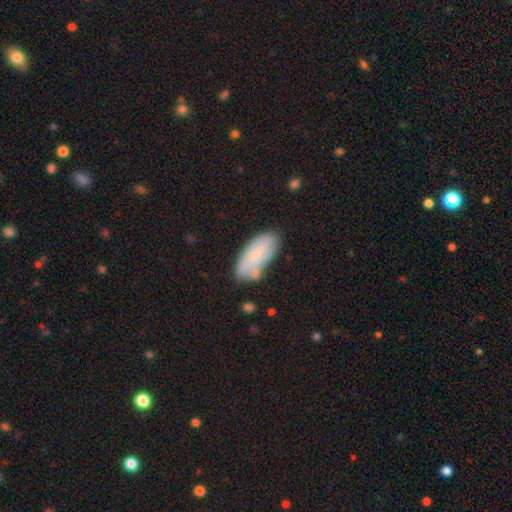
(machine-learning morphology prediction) smooth-or-featured: smooth: 70% | featured or disk: 23% | star or artifact: 7%
  how-rounded: in between: 88% | cigar-shaped: 10% | round: 2%
  merging: none: 60% | minor disturbance: 25% | merger: 9% | major disturbance: 6%